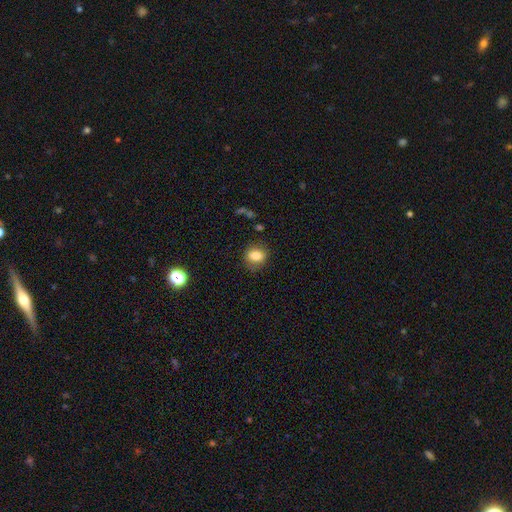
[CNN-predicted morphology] This is likely a smooth galaxy (79%). How rounded: possibly in between (51%). Merging: clearly none (81%).